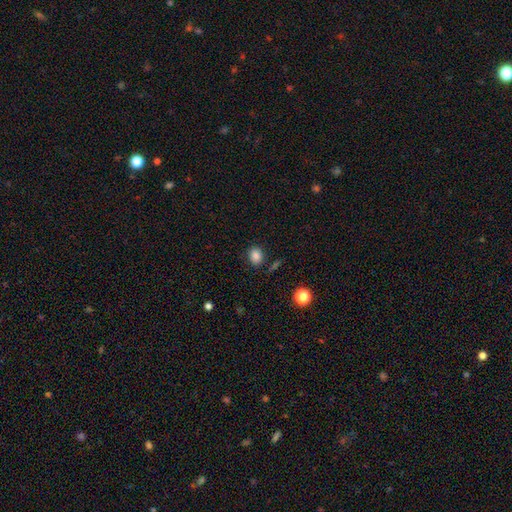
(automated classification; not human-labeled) smooth_or_featured: smooth (p=0.84) [alt: star or artifact p=0.11]
how_rounded: round (p=0.50) [alt: in between p=0.48]
merging: none (p=0.82) [alt: minor disturbance p=0.11]